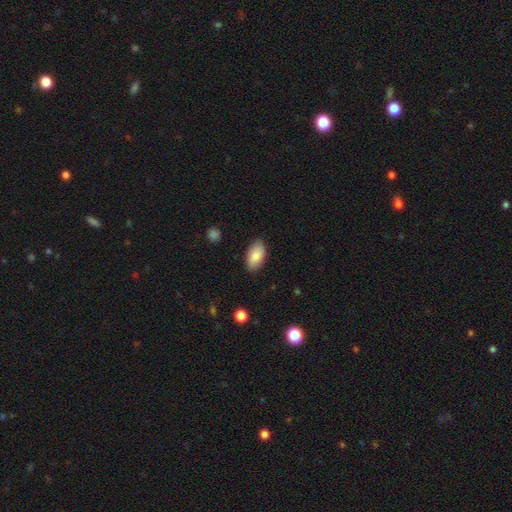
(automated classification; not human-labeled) A smooth galaxy with no disk features (86%) that is in between round and cigar-shaped (94%).

Vote fractions:
- Smooth or featured? smooth: 86% / featured or disk: 8% / star or artifact: 6%
- How rounded? in between: 94% / round: 3% / cigar-shaped: 2%
- Merging? none: 85% / minor disturbance: 11% / major disturbance: 2% / merger: 1%